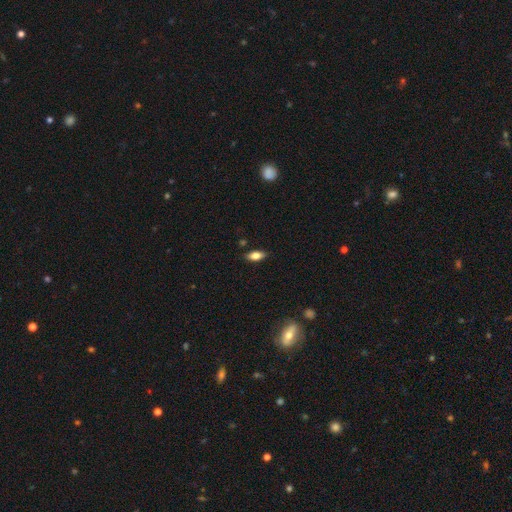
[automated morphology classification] A smooth galaxy with no disk features (76%) that is in between round and cigar-shaped (85%).

Vote fractions:
- Smooth or featured? smooth: 76% / featured or disk: 16% / star or artifact: 8%
- How rounded? in between: 85% / cigar-shaped: 11% / round: 4%
- Merging? none: 85% / minor disturbance: 11% / major disturbance: 2% / merger: 2%